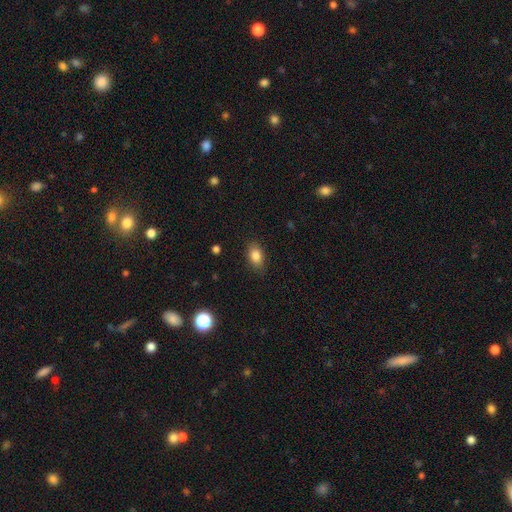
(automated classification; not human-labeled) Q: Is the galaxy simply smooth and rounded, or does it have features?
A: smooth — 84%.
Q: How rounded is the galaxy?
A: in between — 84%.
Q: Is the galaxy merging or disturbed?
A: none — 84%.